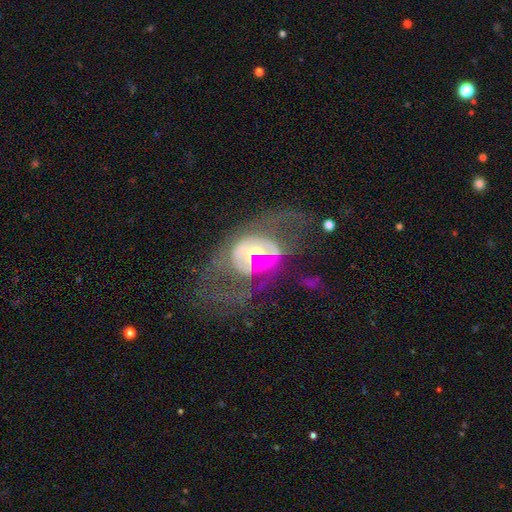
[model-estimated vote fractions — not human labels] Q: Smooth or featured?
A: featured or disk (71%); runner-up: smooth (18%)
Q: Edge-on disk?
A: no (92%); runner-up: yes (8%)
Q: Bar?
A: no (47%); runner-up: weak (32%)
Q: Spiral arms?
A: no (56%); runner-up: yes (44%)
Q: Bulge size?
A: small (50%); runner-up: moderate (37%)
Q: Merging?
A: major disturbance (41%); runner-up: none (36%)